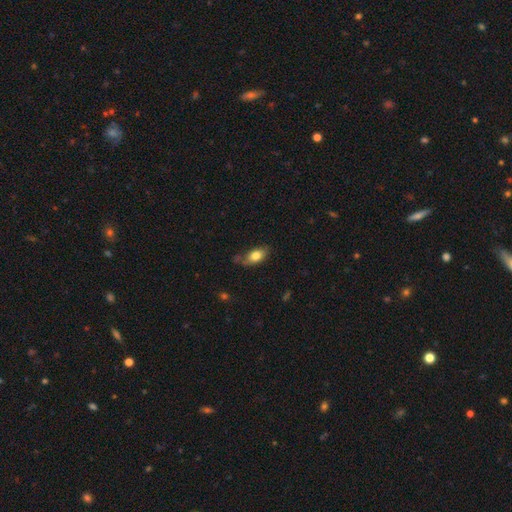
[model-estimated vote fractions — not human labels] This appears to be a smooth galaxy with no disk features (78%) that is in between round and cigar-shaped (87%). Merging: none (60%).